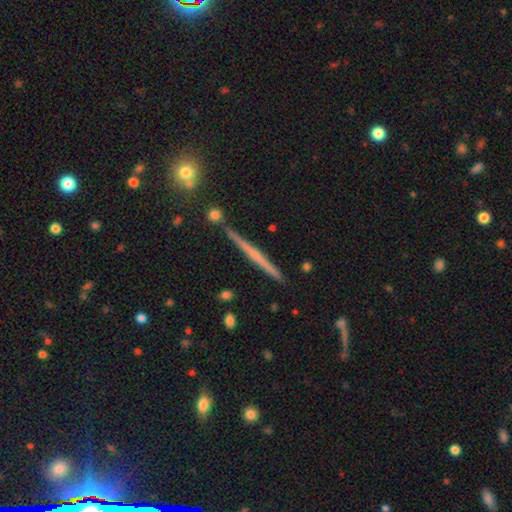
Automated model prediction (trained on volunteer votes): Overall: featured or disk (66%; smooth 27%). Edge-on disk: yes (98%). Edge-on bulge: none (72%). Merging: none (89%).